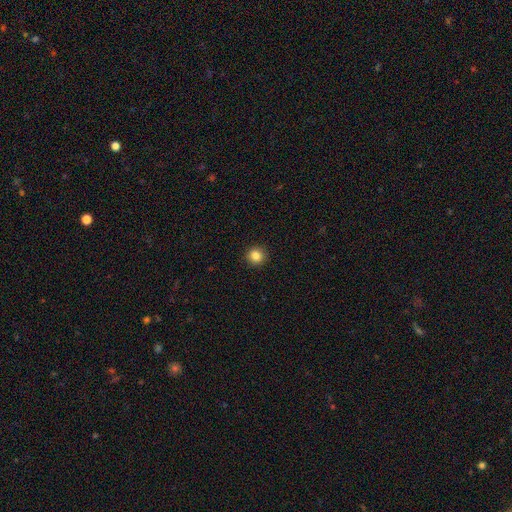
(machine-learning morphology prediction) smooth 85%, star or artifact 11%, featured or disk 5%. Down the decision tree: how rounded — round (93%); merging — none (93%).